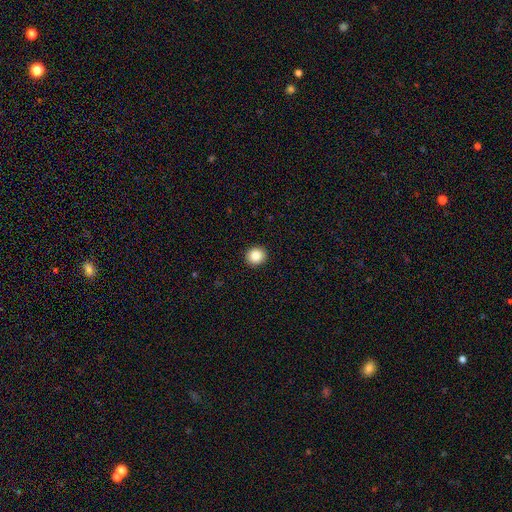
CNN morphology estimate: Smooth or featured? Predicted: smooth (p=0.85). How rounded? Predicted: round (p=0.87). Merging? Predicted: none (p=0.93).